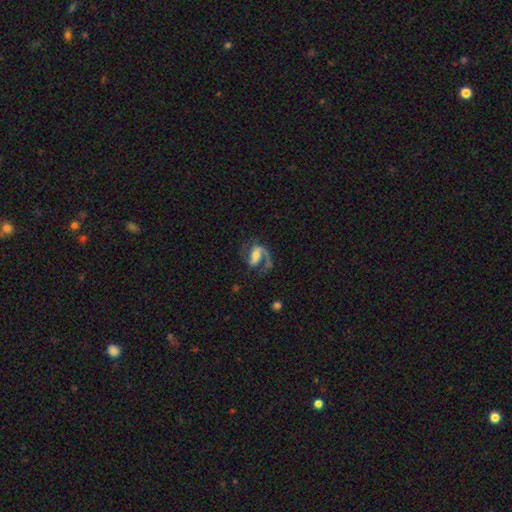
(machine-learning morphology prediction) Smooth or featured? featured or disk (80%)
Edge-on disk? no (97%)
Bar? weak (39%)
Spiral arms? yes (93%)
Spiral winding? medium (46%)
Spiral arm count? 2 (54%)
Bulge size? moderate (45%)
Merging? none (50%)